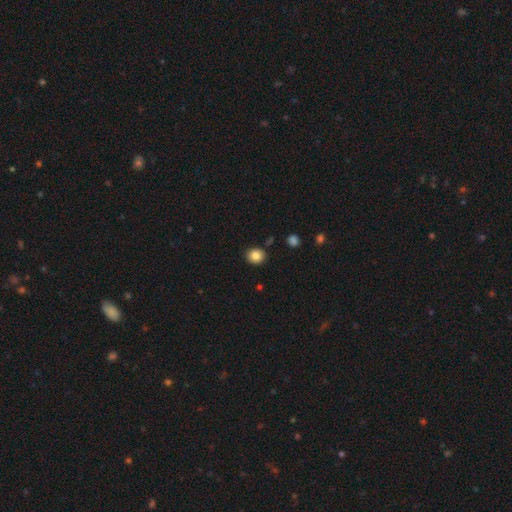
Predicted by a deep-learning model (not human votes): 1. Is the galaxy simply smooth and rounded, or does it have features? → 84% smooth, 10% star or artifact, 6% featured or disk.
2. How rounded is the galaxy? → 76% round, 23% in between, 1% cigar-shaped.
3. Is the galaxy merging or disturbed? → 87% none, 8% minor disturbance, 3% merger, 2% major disturbance.